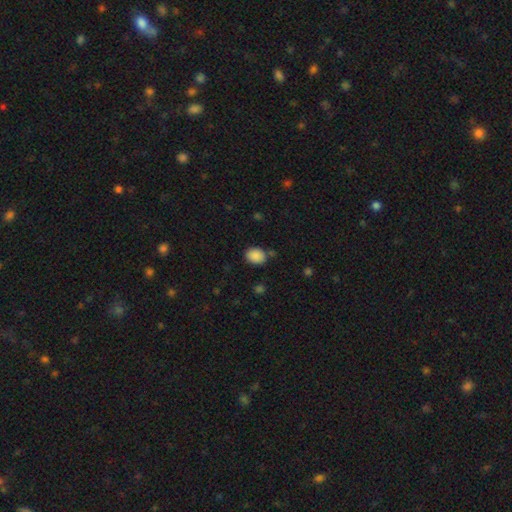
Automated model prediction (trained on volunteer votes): smooth-or-featured: smooth: 88% | star or artifact: 8% | featured or disk: 3%
  how-rounded: in between: 56% | round: 44% | cigar-shaped: 1%
  merging: none: 77% | minor disturbance: 15% | merger: 5% | major disturbance: 4%